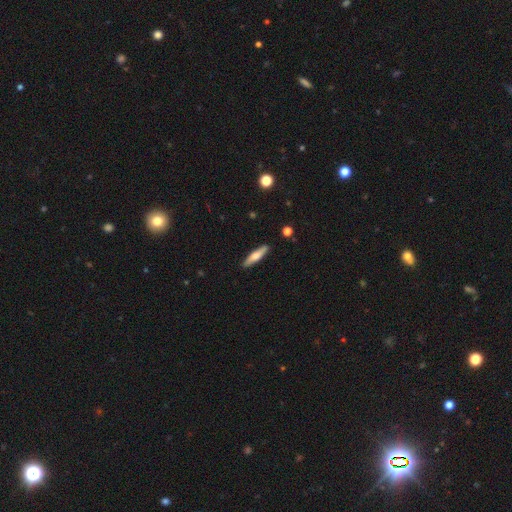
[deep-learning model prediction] Smooth or featured?
  - smooth: 60% *
  - featured or disk: 34%
  - star or artifact: 6%
How rounded?
  - cigar-shaped: 79% *
  - in between: 19%
  - round: 2%
Merging?
  - none: 89% *
  - minor disturbance: 8%
  - major disturbance: 2%
  - merger: 1%